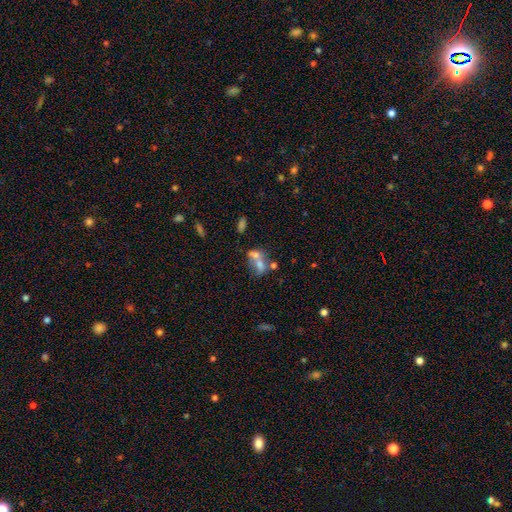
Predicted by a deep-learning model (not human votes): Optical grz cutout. It shows a smooth galaxy with no disk features (56%) that is in between round and cigar-shaped (67%). Merging: merger (59%).